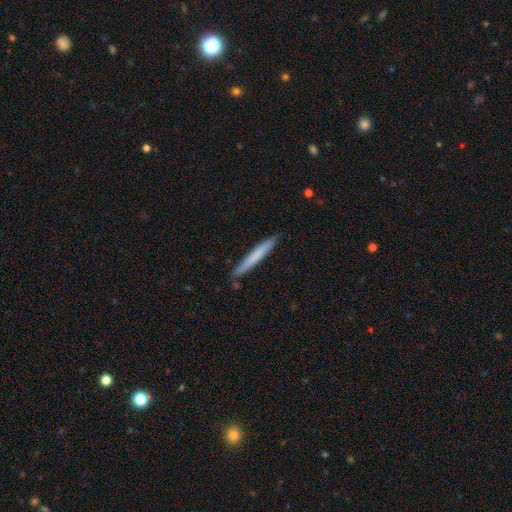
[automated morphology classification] This is likely a smooth galaxy (67%). How rounded: clearly cigar-shaped (97%). Merging: clearly none (88%).